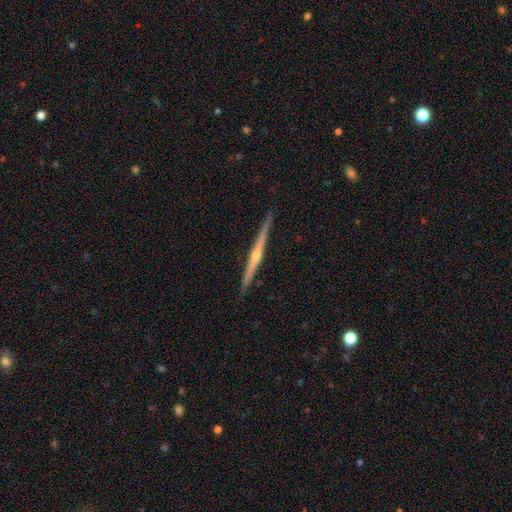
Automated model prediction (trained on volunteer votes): Q: Smooth or featured?
A: featured or disk (79%); runner-up: smooth (15%)
Q: Edge-on disk?
A: yes (98%); runner-up: no (2%)
Q: Edge-on bulge?
A: rounded (81%); runner-up: none (16%)
Q: Merging?
A: none (91%); runner-up: minor disturbance (6%)